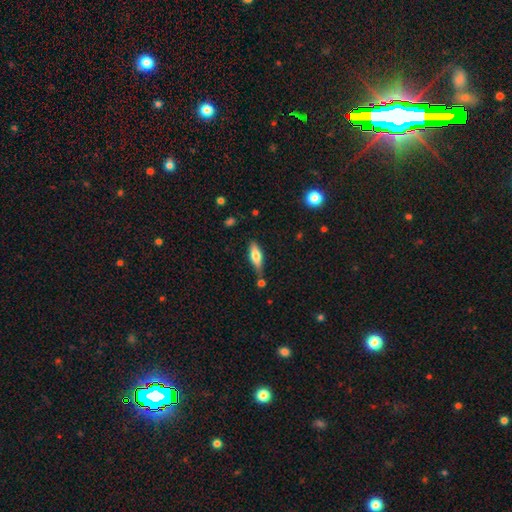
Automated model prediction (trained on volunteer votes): Smooth or featured? Predicted: smooth (p=0.65). How rounded? Predicted: in between (p=0.57). Merging? Predicted: none (p=0.68).